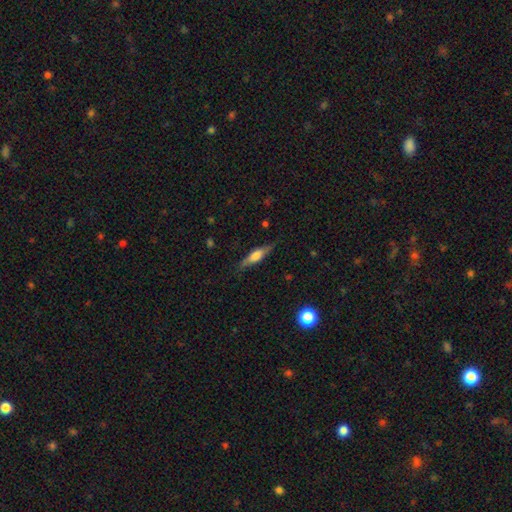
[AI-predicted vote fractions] A featured or disk galaxy (48%).

Vote fractions:
- Smooth or featured? featured or disk: 48% / smooth: 45% / star or artifact: 7%
- Merging? none: 81% / minor disturbance: 14% / major disturbance: 3% / merger: 1%